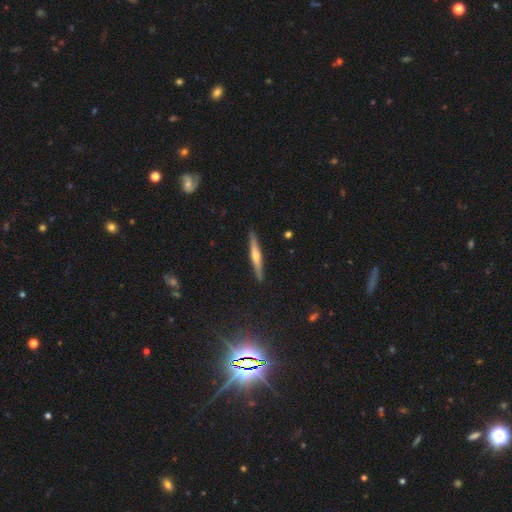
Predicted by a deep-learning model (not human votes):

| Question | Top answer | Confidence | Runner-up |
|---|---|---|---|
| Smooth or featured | featured or disk | 64% | smooth (29%) |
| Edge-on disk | yes | 97% | no (3%) |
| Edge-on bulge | rounded | 86% | none (10%) |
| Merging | none | 91% | minor disturbance (7%) |